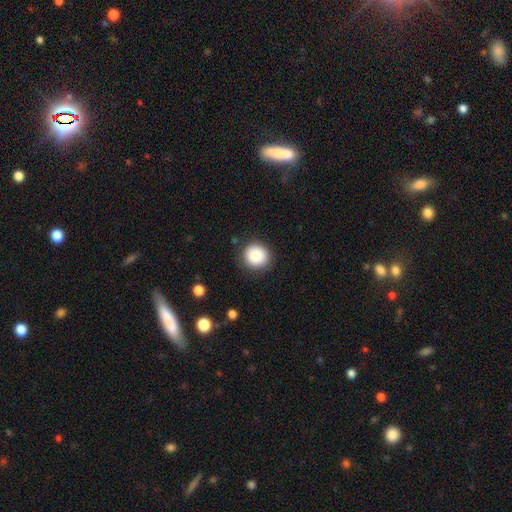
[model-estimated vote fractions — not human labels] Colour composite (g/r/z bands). It shows a smooth galaxy with no disk features (85%) that is round (90%). Merging: none (88%).